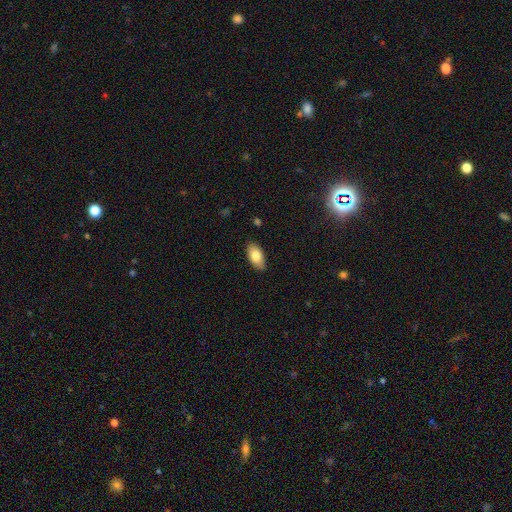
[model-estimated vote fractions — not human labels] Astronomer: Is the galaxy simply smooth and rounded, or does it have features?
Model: smooth — 80%.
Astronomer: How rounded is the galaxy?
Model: in between — 93%.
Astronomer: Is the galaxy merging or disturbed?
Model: none — 86%.